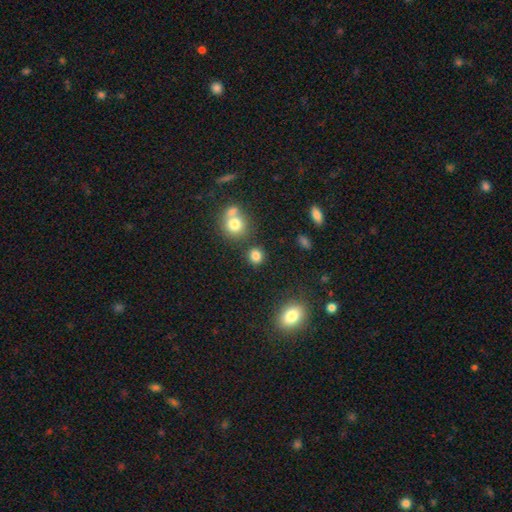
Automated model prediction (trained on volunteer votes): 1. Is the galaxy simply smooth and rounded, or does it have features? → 82% smooth, 13% star or artifact, 5% featured or disk.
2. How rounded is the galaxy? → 81% round, 18% in between, 1% cigar-shaped.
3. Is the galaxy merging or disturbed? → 78% none, 10% merger, 9% minor disturbance, 3% major disturbance.